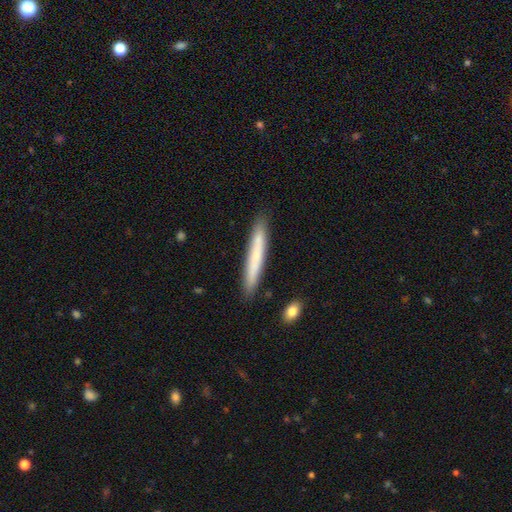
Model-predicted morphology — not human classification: A smooth galaxy with no disk features (66%) that is cigar-shaped (96%). Merging: none (87%).